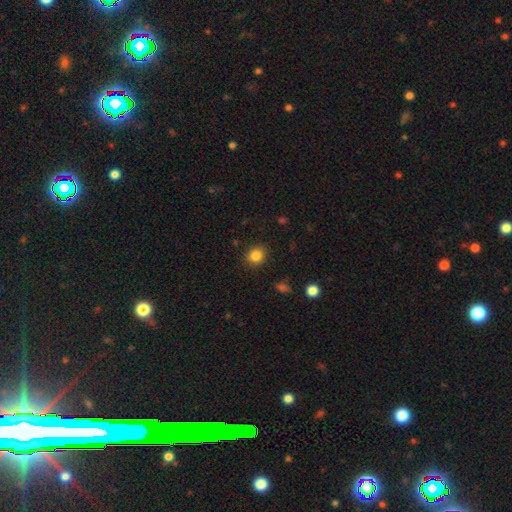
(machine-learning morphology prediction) smooth 85%, star or artifact 11%, featured or disk 4%. Down the decision tree: how rounded — round (84%); merging — none (90%).